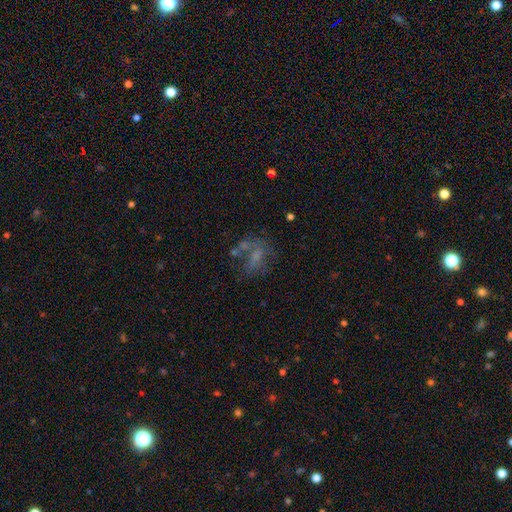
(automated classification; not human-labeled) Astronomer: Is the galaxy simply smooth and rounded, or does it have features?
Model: featured or disk — 43% (runner-up: smooth, 36%).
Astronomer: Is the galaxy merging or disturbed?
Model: none — 37% (runner-up: major disturbance, 29%).